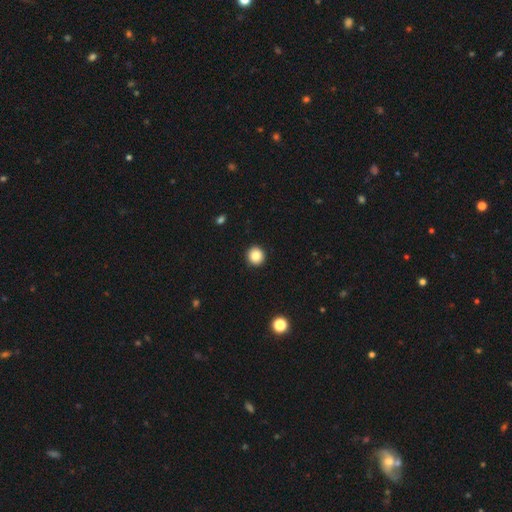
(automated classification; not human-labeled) A smooth galaxy with no disk features (85%) that is round (93%). Merging: none (93%).